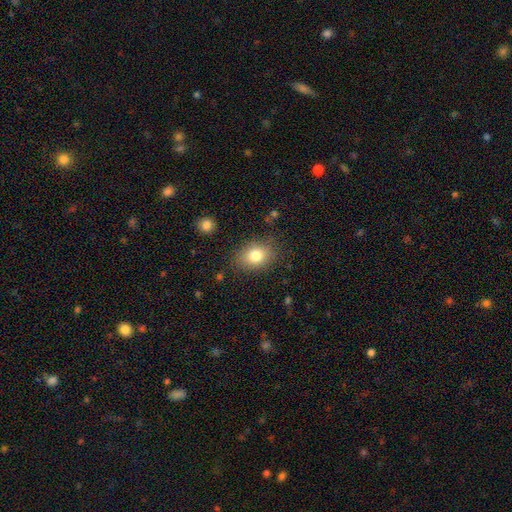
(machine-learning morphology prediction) A smooth galaxy with no disk features (80%) that is in between round and cigar-shaped (69%). Merging: none (83%).